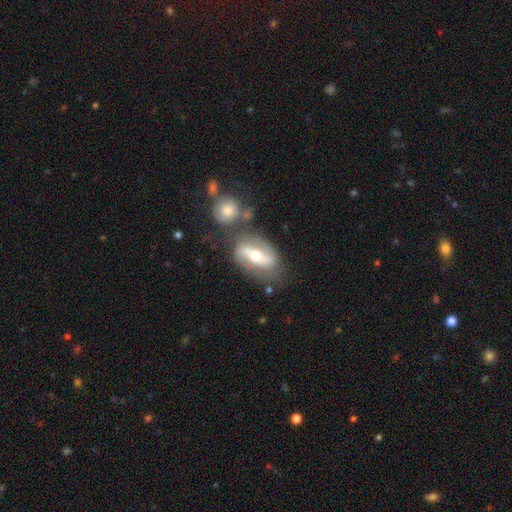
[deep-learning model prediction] smooth_or_featured: featured or disk (p=0.78) [alt: smooth p=0.16]
disk_edge_on: no (p=0.92) [alt: yes p=0.08]
bar: strong (p=0.53) [alt: weak p=0.28]
has_spiral_arms: yes (p=0.86) [alt: no p=0.14]
spiral_winding: loose (p=0.44) [alt: medium p=0.38]
spiral_arm_count: 2 (p=0.89) [alt: can't tell p=0.06]
bulge_size: moderate (p=0.70) [alt: small p=0.22]
merging: none (p=0.67) [alt: minor disturbance p=0.16]